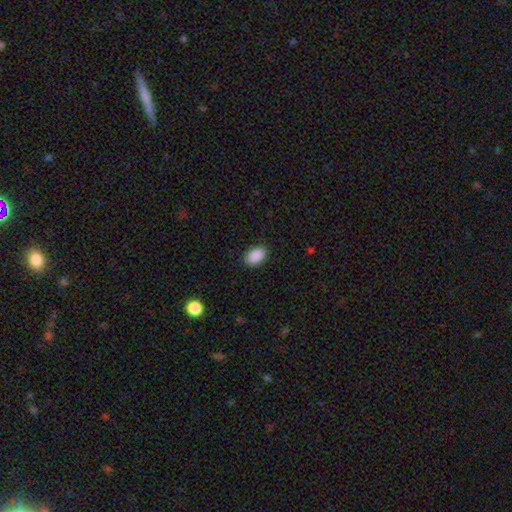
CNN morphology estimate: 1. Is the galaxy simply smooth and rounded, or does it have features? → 90% smooth, 7% star or artifact, 2% featured or disk.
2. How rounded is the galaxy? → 89% in between, 10% round, 1% cigar-shaped.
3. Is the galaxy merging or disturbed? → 87% none, 10% minor disturbance, 2% major disturbance, 1% merger.